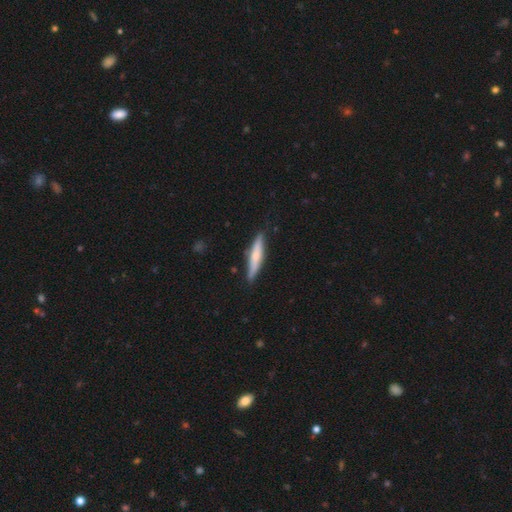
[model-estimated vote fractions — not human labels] smooth 57%, featured or disk 37%, star or artifact 6%. Down the decision tree: how rounded — cigar-shaped (88%); merging — none (85%).